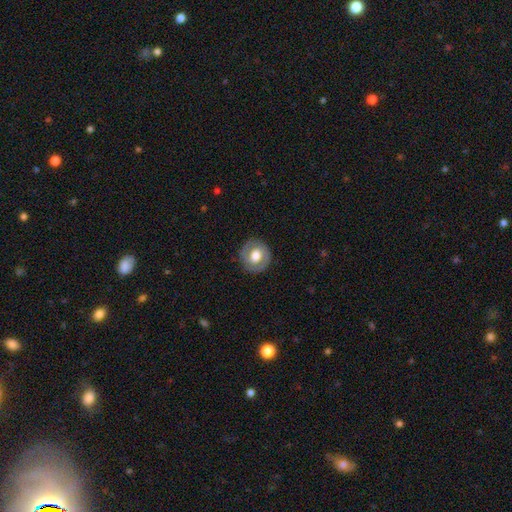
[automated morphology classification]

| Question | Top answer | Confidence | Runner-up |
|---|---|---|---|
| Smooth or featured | smooth | 55% | featured or disk (38%) |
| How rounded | round | 82% | in between (17%) |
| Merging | none | 84% | minor disturbance (11%) |